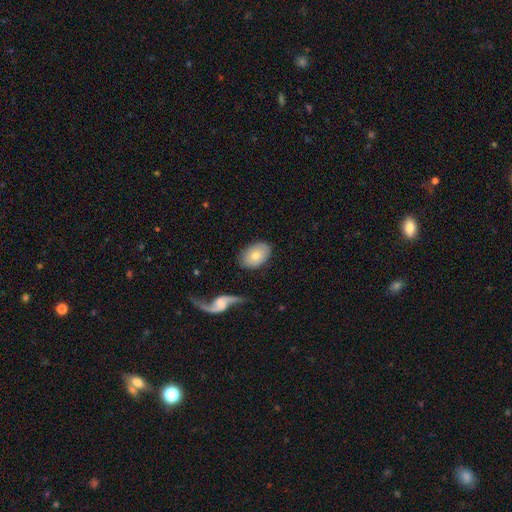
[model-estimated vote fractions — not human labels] Q: Smooth or featured?
A: smooth (69%); runner-up: featured or disk (25%)
Q: How rounded?
A: in between (84%); runner-up: round (15%)
Q: Merging?
A: none (76%); runner-up: minor disturbance (15%)